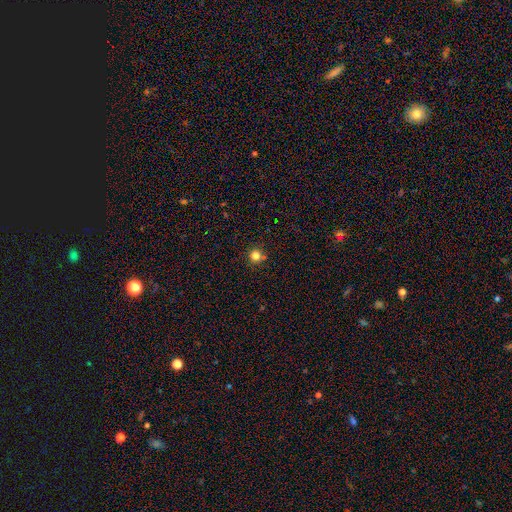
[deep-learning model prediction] smooth_or_featured: smooth (p=0.80) [alt: star or artifact p=0.15]
how_rounded: round (p=0.94) [alt: in between p=0.05]
merging: none (p=0.83) [alt: minor disturbance p=0.09]